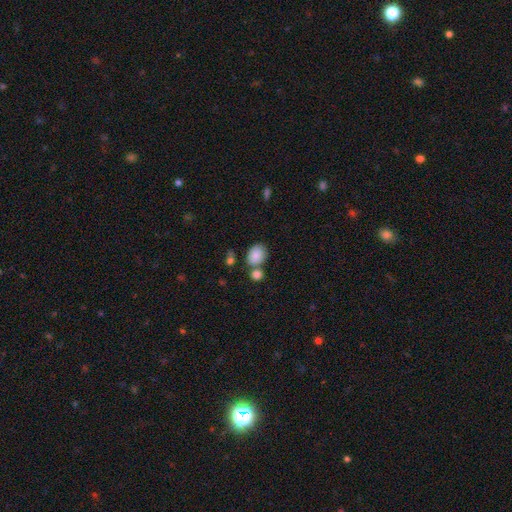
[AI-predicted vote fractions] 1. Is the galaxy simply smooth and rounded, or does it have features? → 85% smooth, 8% star or artifact, 7% featured or disk.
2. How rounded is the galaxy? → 58% in between, 41% round, 1% cigar-shaped.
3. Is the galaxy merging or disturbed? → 58% none, 25% merger, 13% minor disturbance, 4% major disturbance.